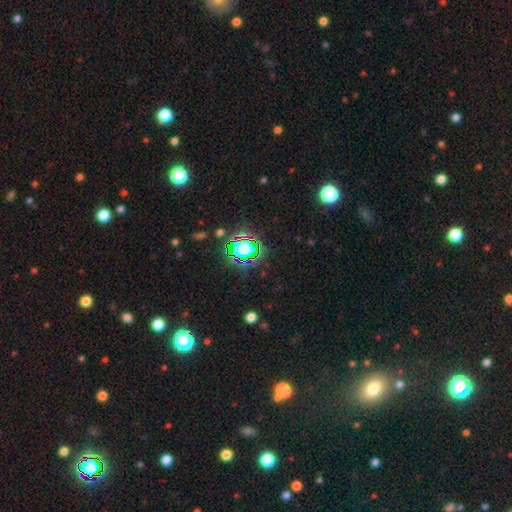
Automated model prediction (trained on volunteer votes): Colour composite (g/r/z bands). It shows a star or artifact, not a galaxy (78%).